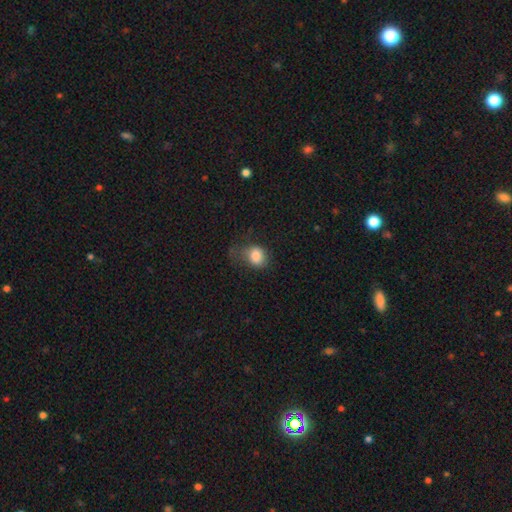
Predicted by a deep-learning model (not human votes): This appears to be a smooth galaxy with no disk features (83%) that is in between round and cigar-shaped (51%). Merging: none (39%).